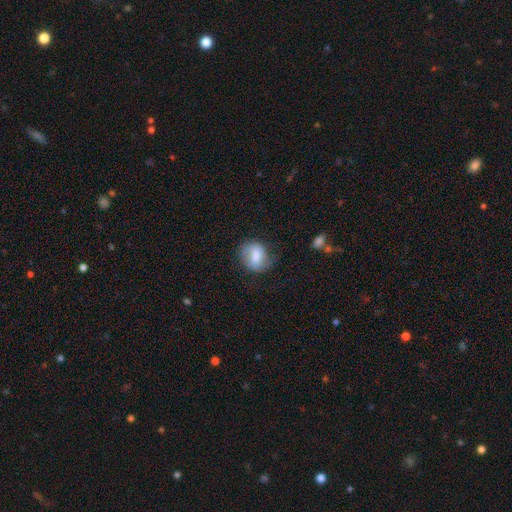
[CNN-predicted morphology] type=smooth (58%); roundness=round (58%); merging=none (63%).